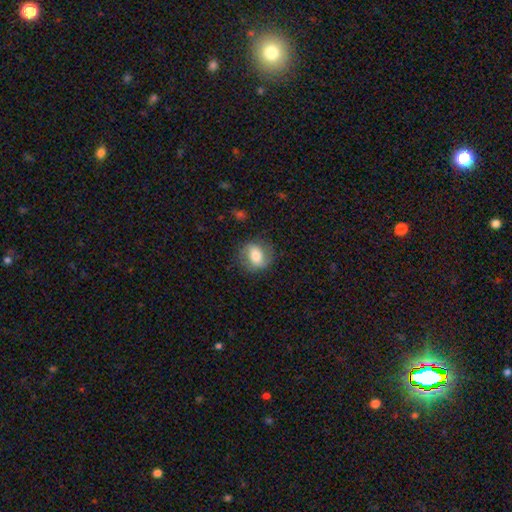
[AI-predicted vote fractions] Overall: smooth (59%; featured or disk 33%). How rounded: round (54%; in between 44%). Merging: none (78%).